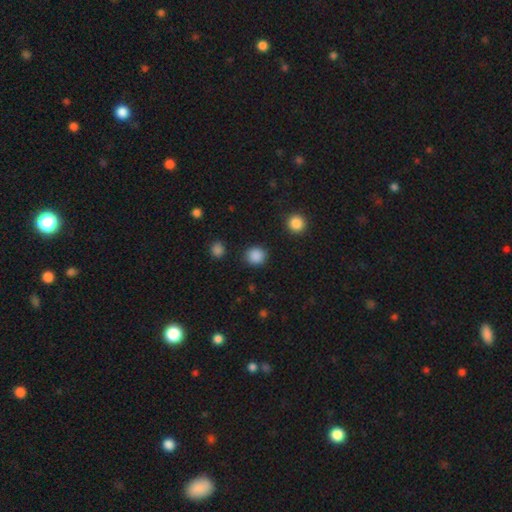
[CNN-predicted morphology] This appears to be a smooth galaxy with no disk features (88%) that is round (92%). Merging: none (90%).